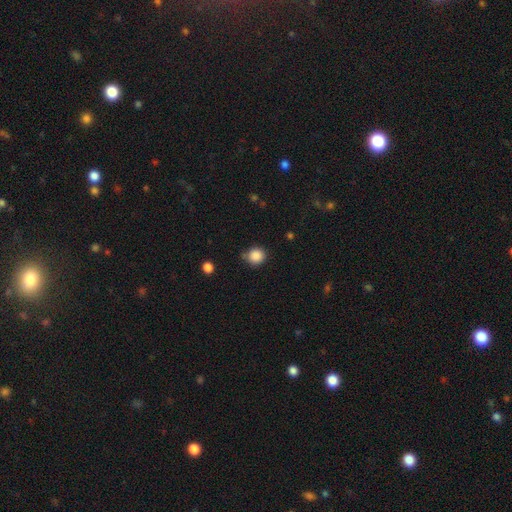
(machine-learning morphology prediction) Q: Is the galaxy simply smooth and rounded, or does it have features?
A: smooth — 87%.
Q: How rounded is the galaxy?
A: round — 88%.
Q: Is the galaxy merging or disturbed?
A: none — 74%.